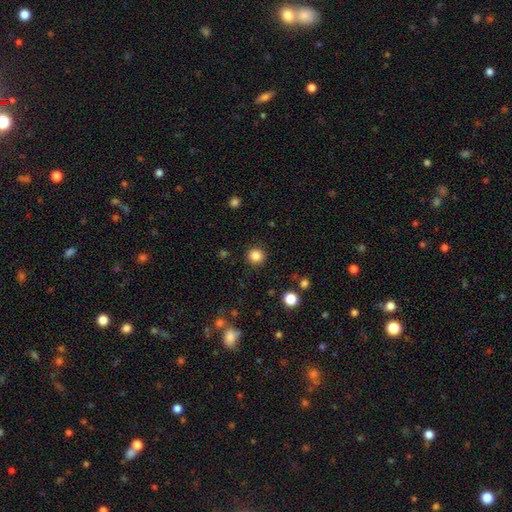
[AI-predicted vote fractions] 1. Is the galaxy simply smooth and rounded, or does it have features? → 85% smooth, 12% star or artifact, 4% featured or disk.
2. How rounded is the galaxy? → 93% round, 6% in between, 1% cigar-shaped.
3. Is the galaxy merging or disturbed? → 91% none, 6% minor disturbance, 2% major disturbance, 1% merger.